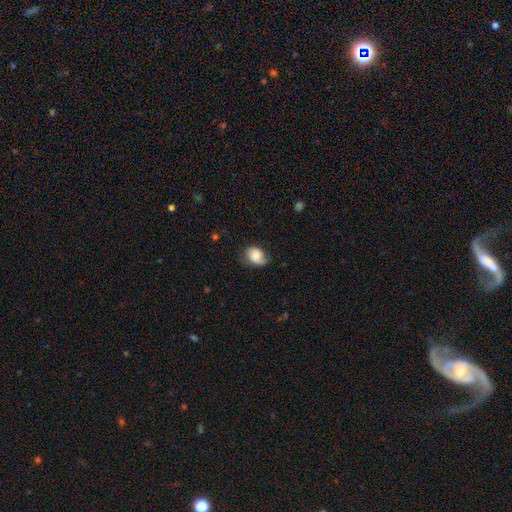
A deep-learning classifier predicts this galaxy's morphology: Overall: smooth (65%; featured or disk 27%). How rounded: in between (65%; round 34%). Merging: none (48%; minor disturbance 35%).